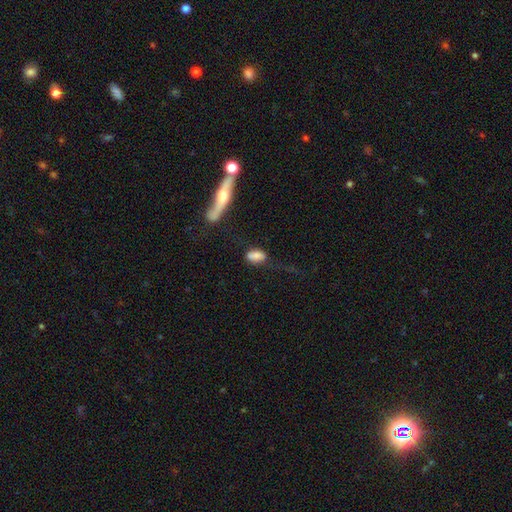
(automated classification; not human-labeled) This is likely a smooth galaxy (78%). How rounded: clearly in between (88%). Merging: possibly none (52%).